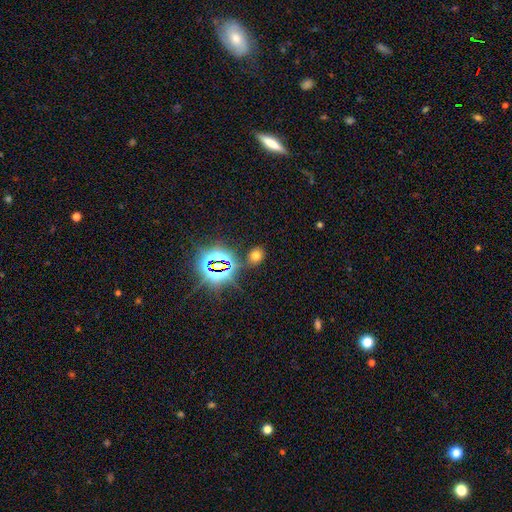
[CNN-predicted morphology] smooth 60%, star or artifact 32%, featured or disk 8%. Down the decision tree: how rounded — round (55%); merging — none (83%).